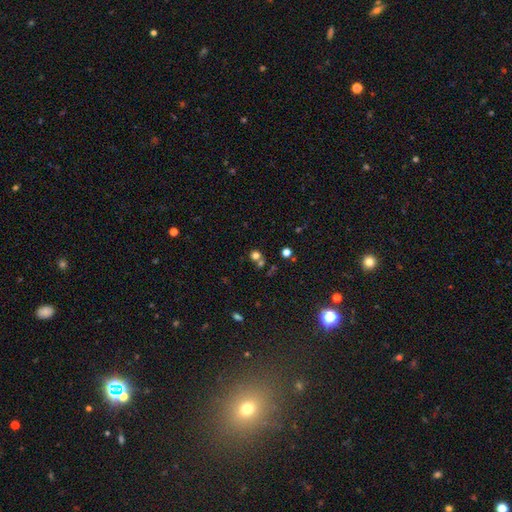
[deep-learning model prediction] smooth-or-featured: smooth: 69% | star or artifact: 22% | featured or disk: 10%
  how-rounded: round: 83% | in between: 16% | cigar-shaped: 1%
  merging: none: 55% | merger: 32% | minor disturbance: 8% | major disturbance: 5%